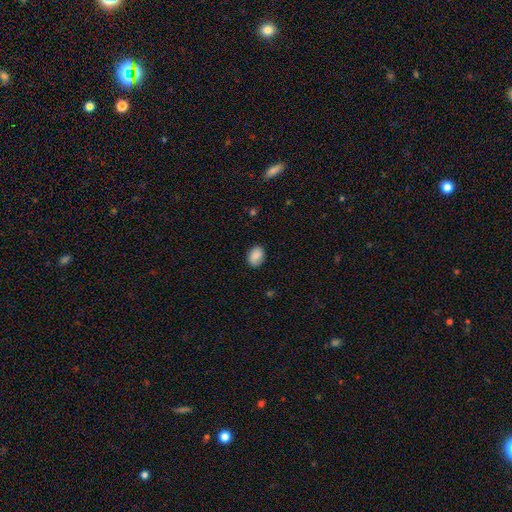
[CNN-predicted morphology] Q: Smooth or featured?
A: smooth (86%); runner-up: star or artifact (8%)
Q: How rounded?
A: in between (74%); runner-up: round (25%)
Q: Merging?
A: none (84%); runner-up: minor disturbance (13%)